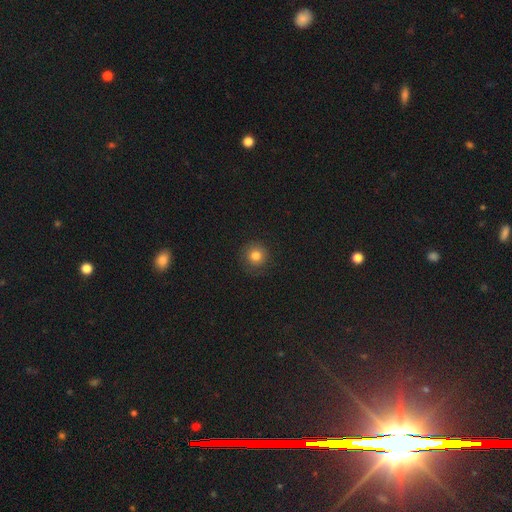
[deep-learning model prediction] Smooth or featured? Predicted: smooth (p=0.80). How rounded? Predicted: round (p=0.95). Merging? Predicted: none (p=0.88).